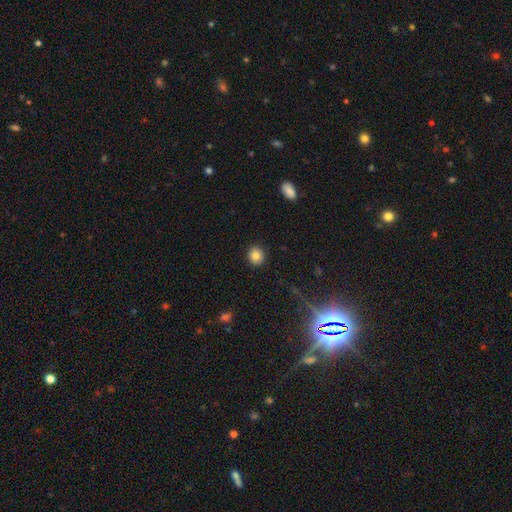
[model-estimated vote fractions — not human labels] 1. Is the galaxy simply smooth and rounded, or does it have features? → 83% smooth, 11% star or artifact, 6% featured or disk.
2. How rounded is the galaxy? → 86% round, 13% in between, 1% cigar-shaped.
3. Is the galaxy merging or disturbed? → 91% none, 6% minor disturbance, 2% major disturbance, 1% merger.